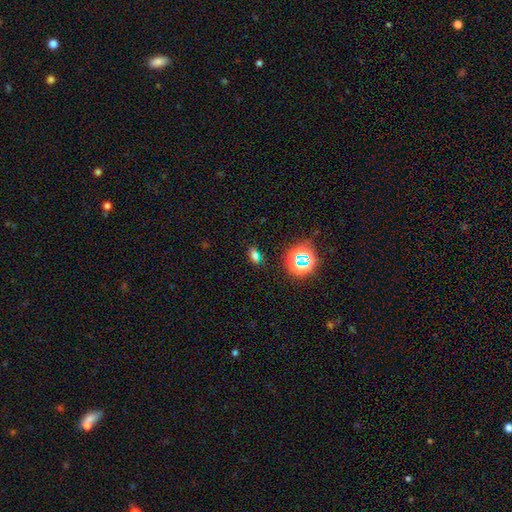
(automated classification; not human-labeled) Smooth or featured? Predicted: smooth (p=0.58). How rounded? Predicted: in between (p=0.78). Merging? Predicted: none (p=0.81).